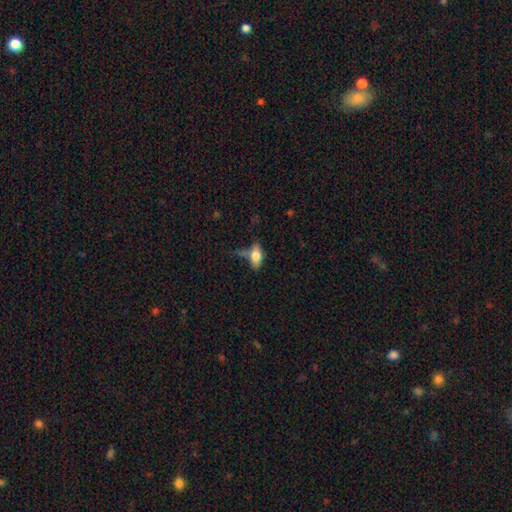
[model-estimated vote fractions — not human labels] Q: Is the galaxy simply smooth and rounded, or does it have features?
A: smooth — 72%.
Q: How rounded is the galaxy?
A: in between — 84%.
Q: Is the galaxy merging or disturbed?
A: none — 40%.